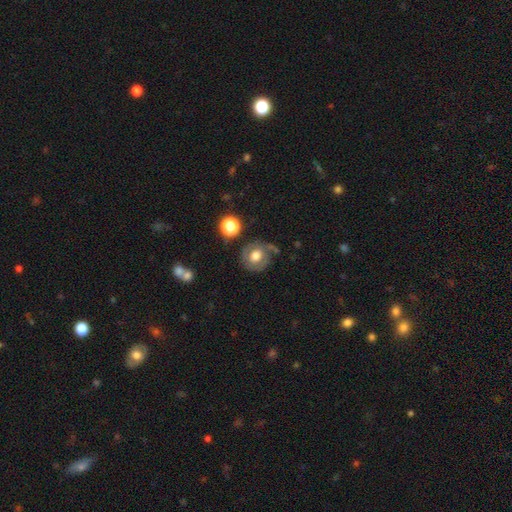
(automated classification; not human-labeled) A featured or disk galaxy (48%).

Vote fractions:
- Smooth or featured? featured or disk: 48% / smooth: 43% / star or artifact: 9%
- Merging? none: 65% / minor disturbance: 21% / major disturbance: 11% / merger: 4%